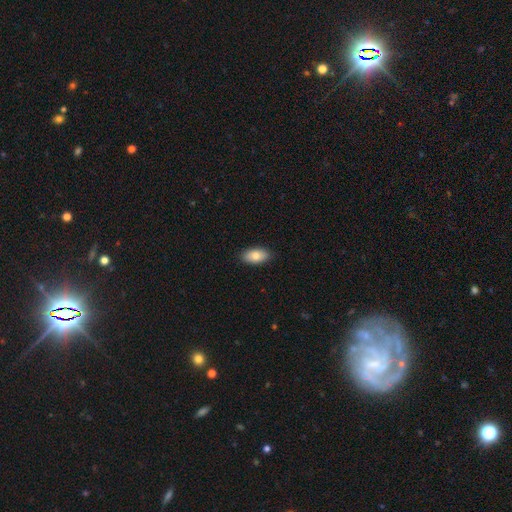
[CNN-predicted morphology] Overall: smooth (81%). How rounded: in between (92%). Merging: none (89%).